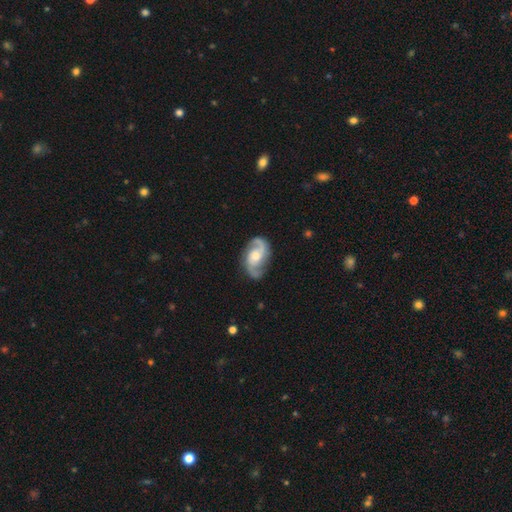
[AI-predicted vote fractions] This is clearly a featured or disk galaxy (89%). It is clearly not viewed edge-on (98%). Bar: possibly no (56%). Spiral arm pattern: clearly yes (97%). Spiral arm count: clearly 2 (92%). Spiral winding: possibly medium (55%). Central bulge: likely moderate (60%). Merging: clearly none (80%).